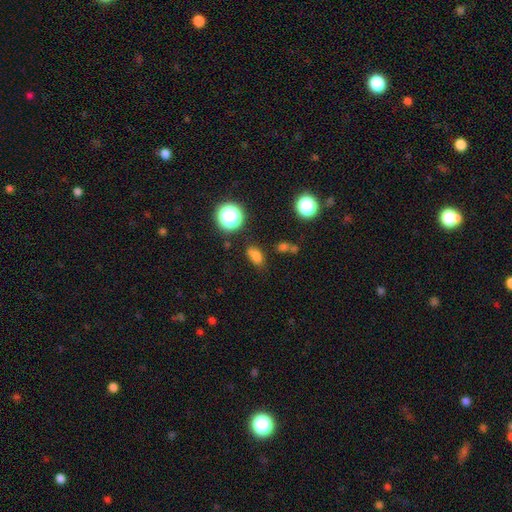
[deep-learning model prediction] This is likely a smooth galaxy (73%). How rounded: likely in between (75%). Merging: likely none (65%).